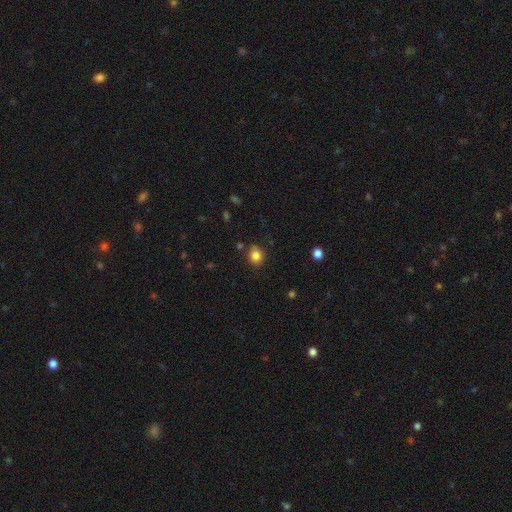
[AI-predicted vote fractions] A smooth galaxy with no disk features (83%) that is round (61%).

Vote fractions:
- Smooth or featured? smooth: 83% / star or artifact: 11% / featured or disk: 6%
- How rounded? round: 61% / in between: 38% / cigar-shaped: 1%
- Merging? none: 79% / minor disturbance: 15% / major disturbance: 3% / merger: 3%